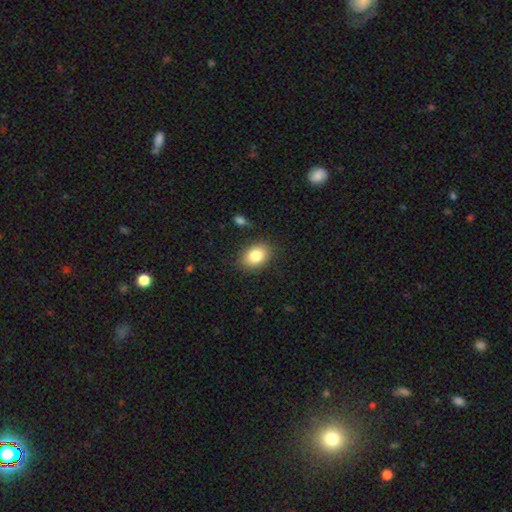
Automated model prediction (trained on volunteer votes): smooth_or_featured: smooth (p=0.83) [alt: star or artifact p=0.09]
how_rounded: in between (p=0.70) [alt: round p=0.29]
merging: none (p=0.85) [alt: minor disturbance p=0.11]